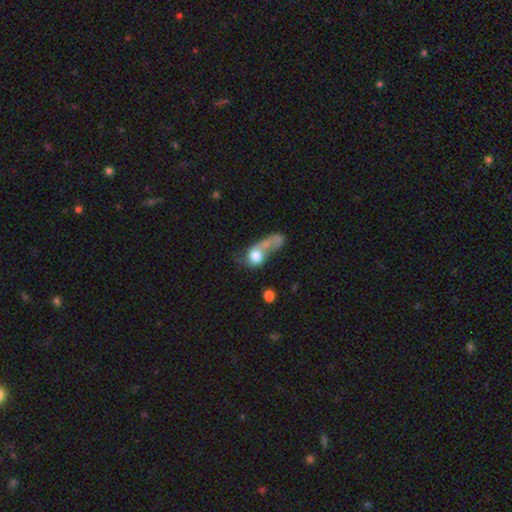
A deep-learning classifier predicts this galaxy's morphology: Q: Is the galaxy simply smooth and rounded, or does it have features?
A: smooth — 60%.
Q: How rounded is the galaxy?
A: round — 52%.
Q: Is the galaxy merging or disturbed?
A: major disturbance — 40%.